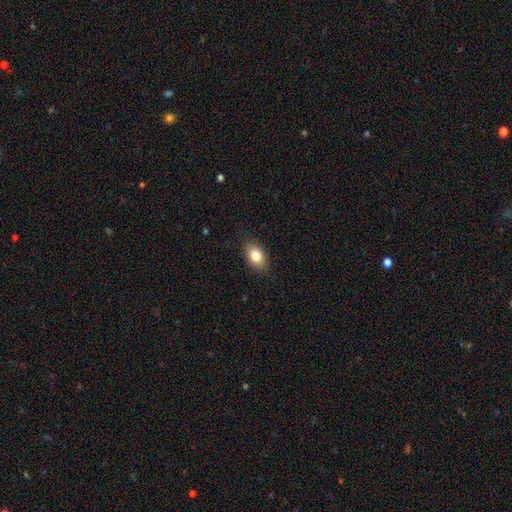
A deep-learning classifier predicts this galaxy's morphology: Smooth or featured?
  - smooth: 82% *
  - featured or disk: 10%
  - star or artifact: 8%
How rounded?
  - in between: 86% *
  - round: 12%
  - cigar-shaped: 2%
Merging?
  - none: 87% *
  - minor disturbance: 10%
  - major disturbance: 2%
  - merger: 1%